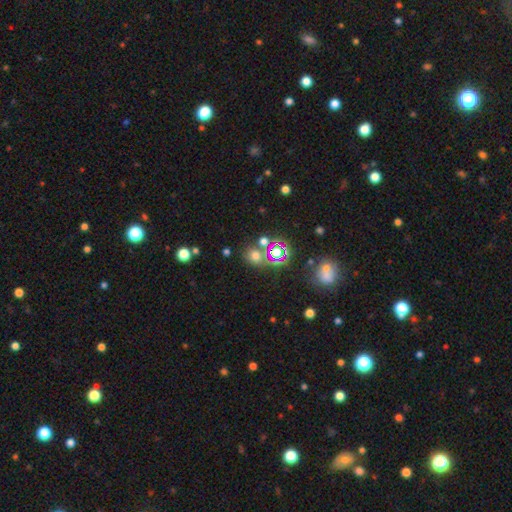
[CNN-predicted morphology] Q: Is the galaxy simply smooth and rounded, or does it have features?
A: smooth — 59%.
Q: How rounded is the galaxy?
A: round — 76%.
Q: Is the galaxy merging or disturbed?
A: none — 70%.